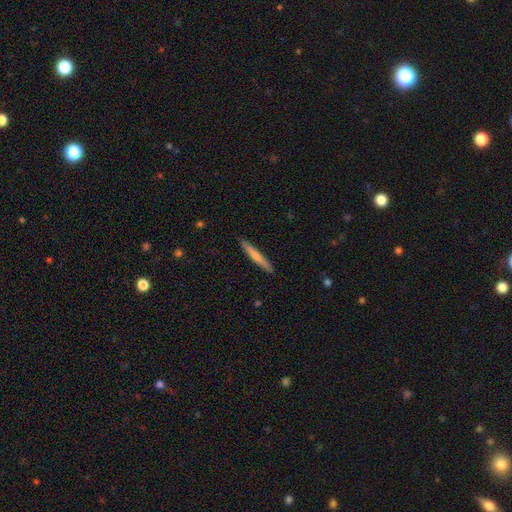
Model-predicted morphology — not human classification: smooth 59%, featured or disk 36%, star or artifact 5%. Down the decision tree: how rounded — cigar-shaped (95%); merging — none (90%).